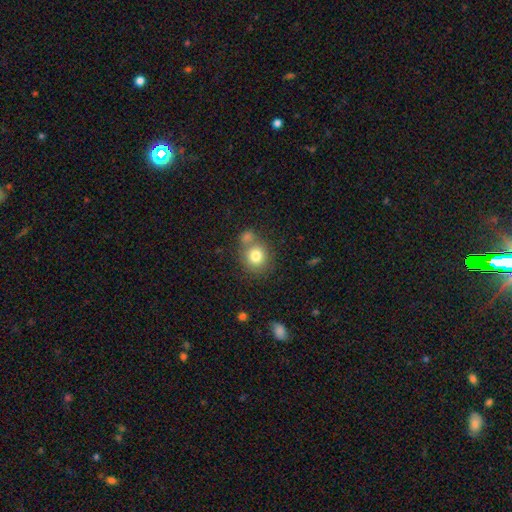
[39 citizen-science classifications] Smooth or featured? 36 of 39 (92%) said smooth. How rounded? 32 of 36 (89%) said round. Merging? 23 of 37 (62%) said none.